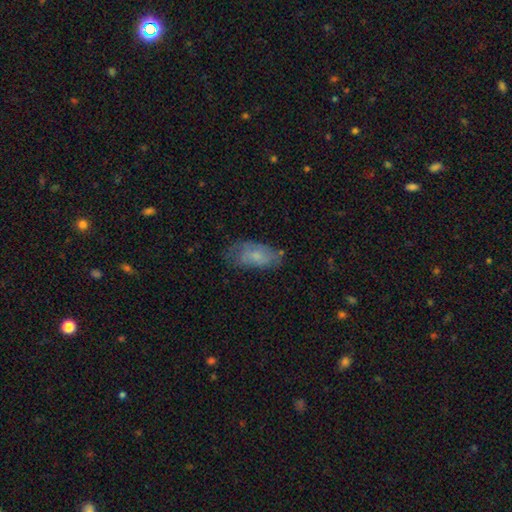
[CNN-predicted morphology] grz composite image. It shows a smooth galaxy with no disk features (64%) that is in between round and cigar-shaped (90%). Merging: none (54%).